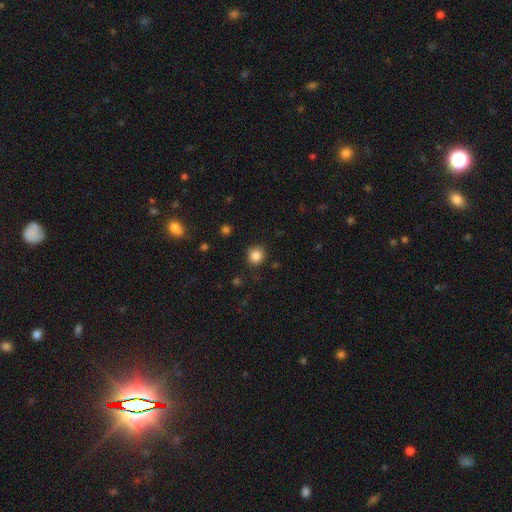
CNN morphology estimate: type=smooth (85%); roundness=round (89%); merging=none (87%).